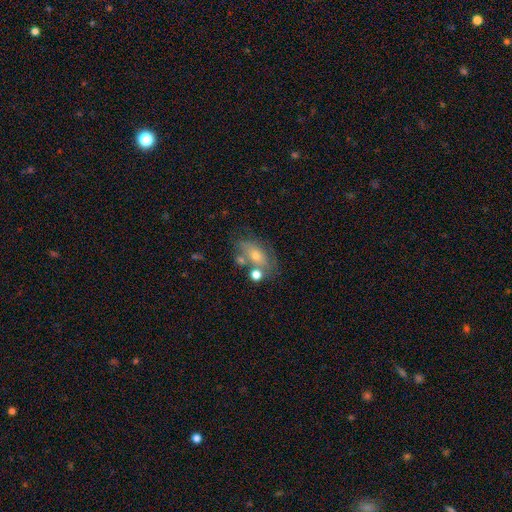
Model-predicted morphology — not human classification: A smooth galaxy with no disk features (54%) that is in between round and cigar-shaped (79%). Merging: none (53%).